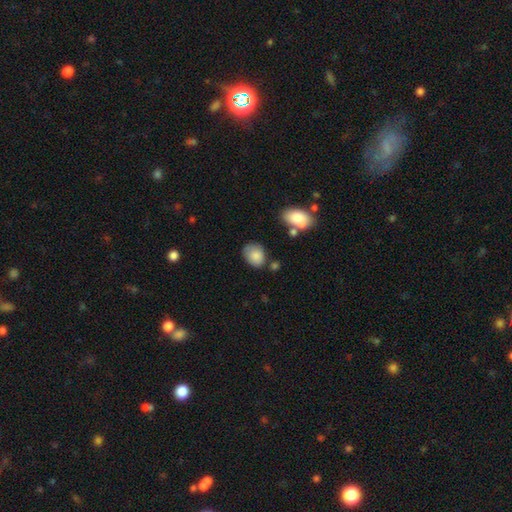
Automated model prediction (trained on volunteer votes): Smooth or featured? smooth (83%)
How rounded? in between (56%)
Merging? none (59%)